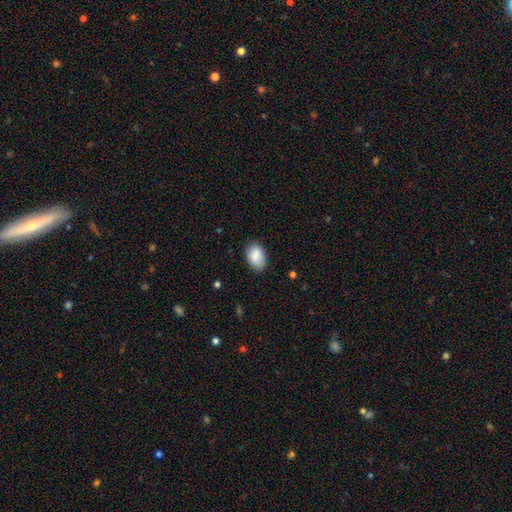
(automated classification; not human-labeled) Smooth or featured? Predicted: smooth (p=0.87). How rounded? Predicted: in between (p=0.89). Merging? Predicted: none (p=0.79).